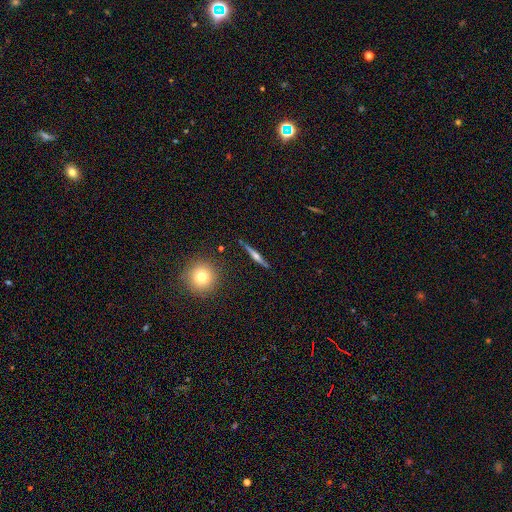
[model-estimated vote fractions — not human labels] The model was most divided on "smooth or featured": featured or disk: 67%, smooth: 25%, star or artifact: 8%. More confident: edge-on disk — yes (97%); merging — none (89%); edge-on bulge — rounded (80%).